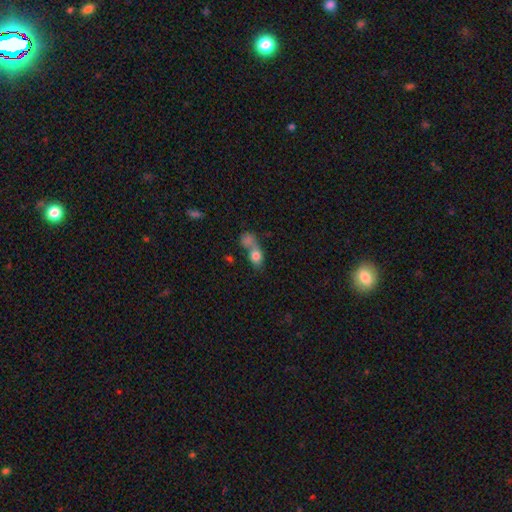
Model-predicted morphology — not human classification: Smooth or featured? Predicted: smooth (p=0.77). How rounded? Predicted: in between (p=0.60). Merging? Predicted: merger (p=0.60).